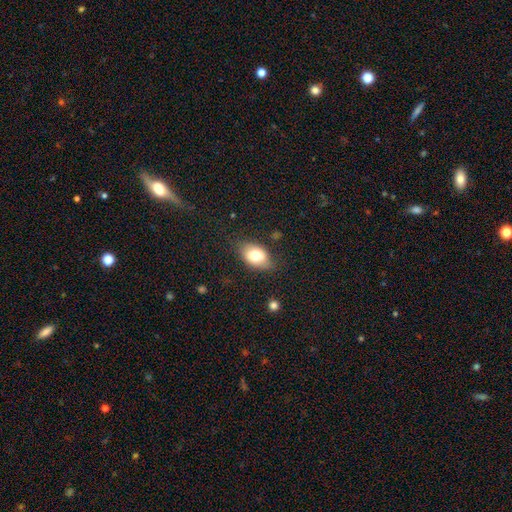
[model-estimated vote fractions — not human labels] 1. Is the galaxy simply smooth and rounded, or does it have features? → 74% smooth, 18% featured or disk, 8% star or artifact.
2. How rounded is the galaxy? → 86% in between, 12% round, 2% cigar-shaped.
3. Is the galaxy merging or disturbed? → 78% none, 17% minor disturbance, 4% major disturbance, 1% merger.